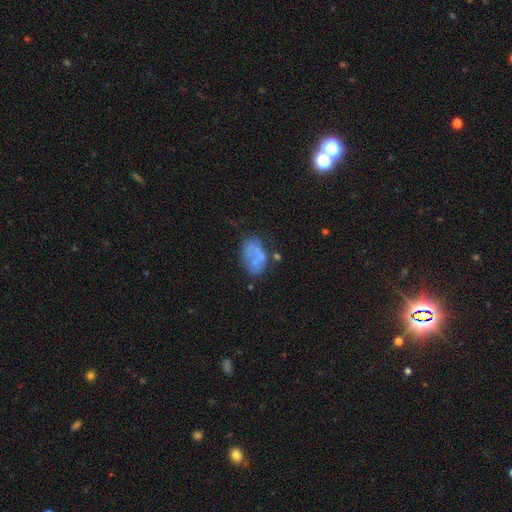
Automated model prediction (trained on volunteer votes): This is possibly a smooth galaxy (50%). How rounded: clearly in between (87%). Merging: marginally none (44%).